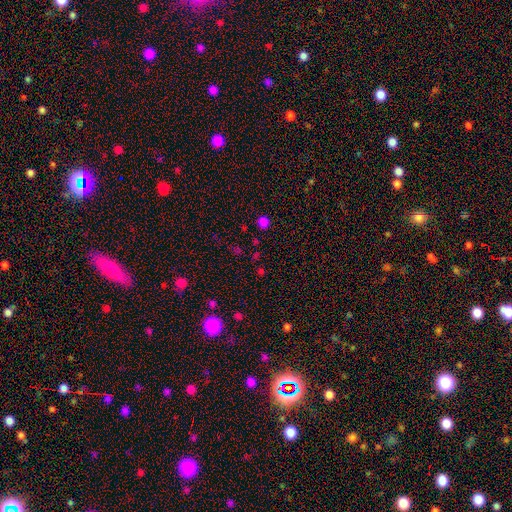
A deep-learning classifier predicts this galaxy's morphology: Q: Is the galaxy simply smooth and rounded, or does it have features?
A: smooth — 47%, tied with star or artifact.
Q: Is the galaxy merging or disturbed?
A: none — 80%.